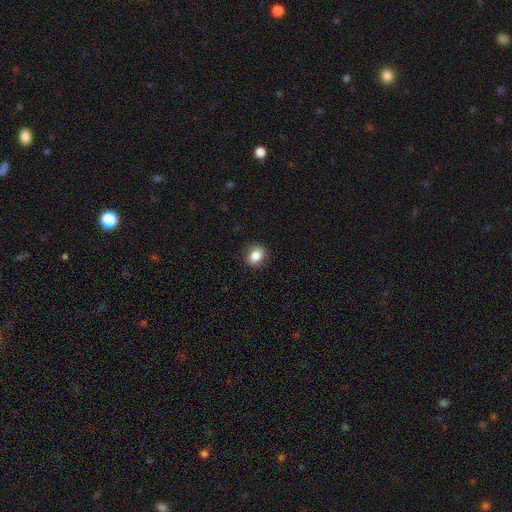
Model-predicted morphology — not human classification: This is clearly a smooth galaxy (84%). How rounded: possibly in between (60%). Merging: clearly none (87%).